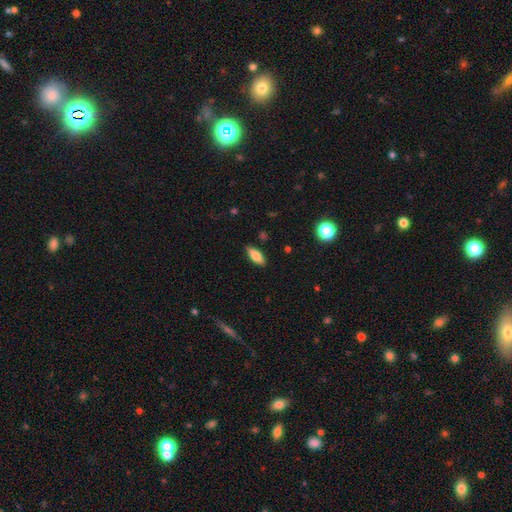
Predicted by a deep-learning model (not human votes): A smooth galaxy with no disk features (77%) that is in between round and cigar-shaped (74%).

Vote fractions:
- Smooth or featured? smooth: 77% / featured or disk: 16% / star or artifact: 7%
- How rounded? in between: 74% / cigar-shaped: 23% / round: 3%
- Merging? none: 87% / minor disturbance: 10% / major disturbance: 2% / merger: 1%